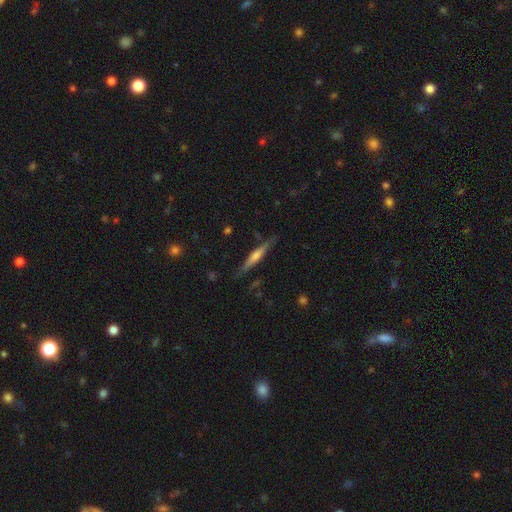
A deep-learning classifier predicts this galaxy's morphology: Smooth or featured? Predicted: featured or disk (p=0.60). Edge-on disk? Predicted: yes (p=0.96). Edge-on bulge? Predicted: rounded (p=0.62). Merging? Predicted: none (p=0.83).